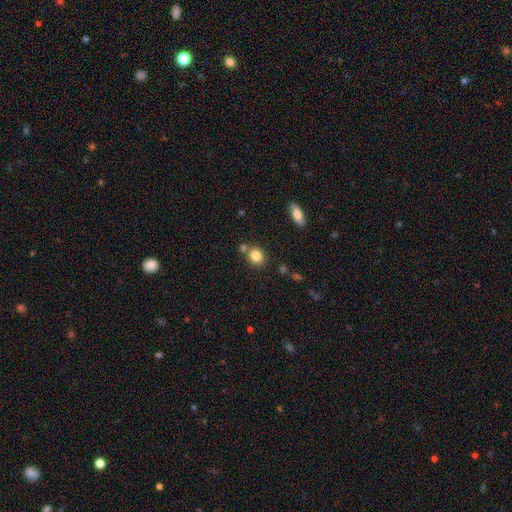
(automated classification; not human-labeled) Overall: smooth (83%). How rounded: round (65%; in between 34%). Merging: none (68%).